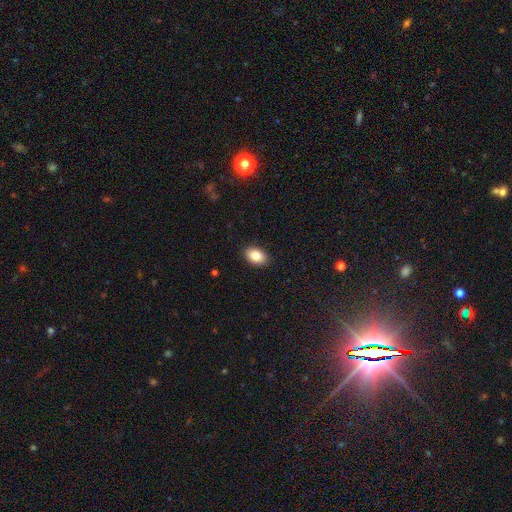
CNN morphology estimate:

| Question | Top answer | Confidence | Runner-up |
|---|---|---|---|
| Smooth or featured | smooth | 86% | star or artifact (8%) |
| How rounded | in between | 87% | round (12%) |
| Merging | none | 90% | minor disturbance (8%) |